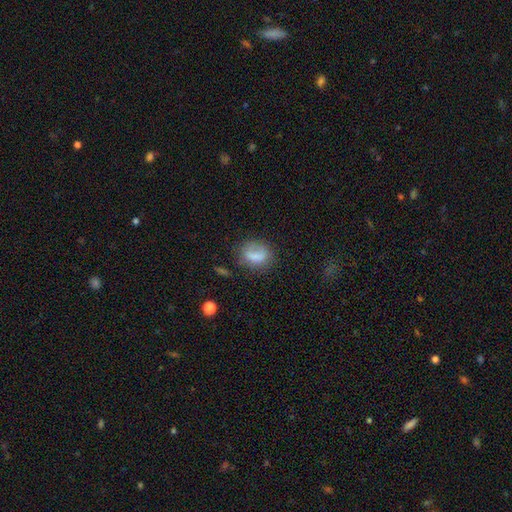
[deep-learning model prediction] Q: Smooth or featured?
A: smooth (73%); runner-up: featured or disk (17%)
Q: How rounded?
A: in between (59%); runner-up: round (38%)
Q: Merging?
A: none (54%); runner-up: minor disturbance (26%)